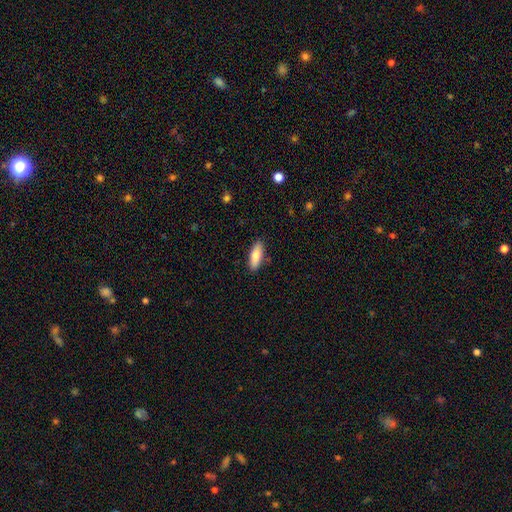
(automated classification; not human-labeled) Morphology: type=smooth (80%); roundness=in between (61%); merging=none (87%).